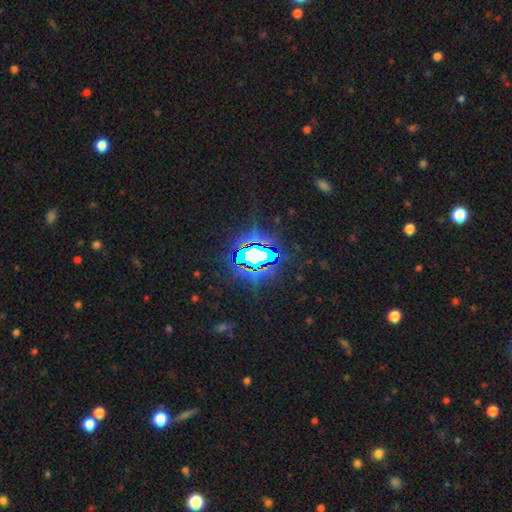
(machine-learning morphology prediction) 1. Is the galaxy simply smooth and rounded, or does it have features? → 76% star or artifact, 12% featured or disk, 12% smooth.